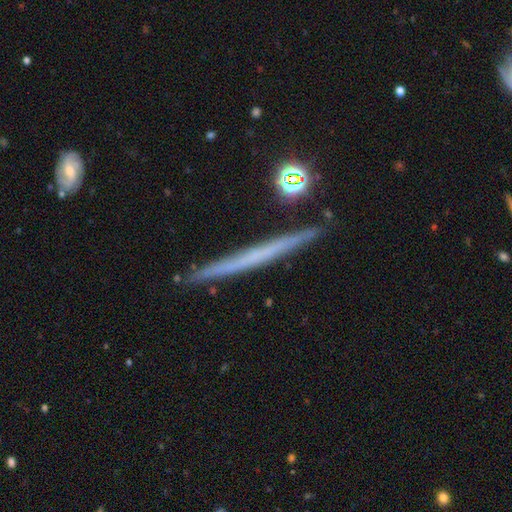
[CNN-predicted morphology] A featured or disk galaxy (57%) viewed edge-on (97%) with no central bulge (91%).

Vote fractions:
- Smooth or featured? featured or disk: 57% / smooth: 36% / star or artifact: 7%
- Edge-on disk? yes: 97% / no: 3%
- Edge-on bulge? none: 91% / rounded: 6% / boxy: 3%
- Merging? none: 89% / minor disturbance: 8% / merger: 2% / major disturbance: 1%